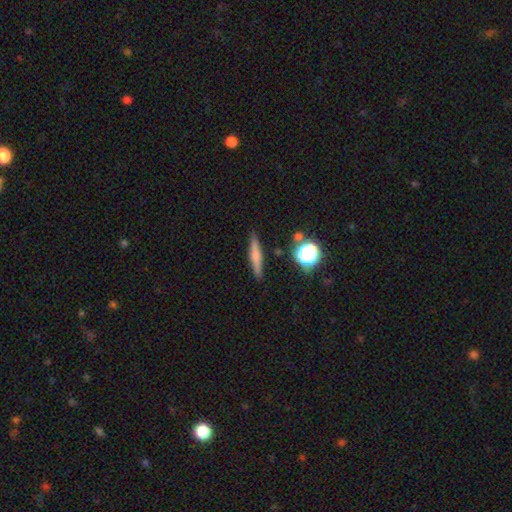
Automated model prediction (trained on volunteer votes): Smooth or featured? smooth (50%)
Merging? none (86%)